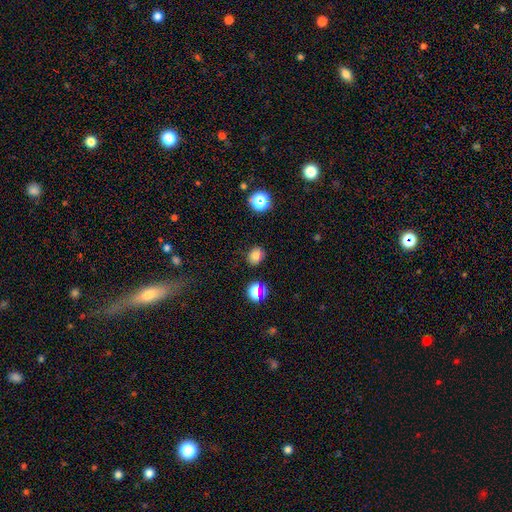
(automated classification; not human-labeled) smooth 77%, star or artifact 17%, featured or disk 6%. Down the decision tree: how rounded — round (57%); merging — none (84%).